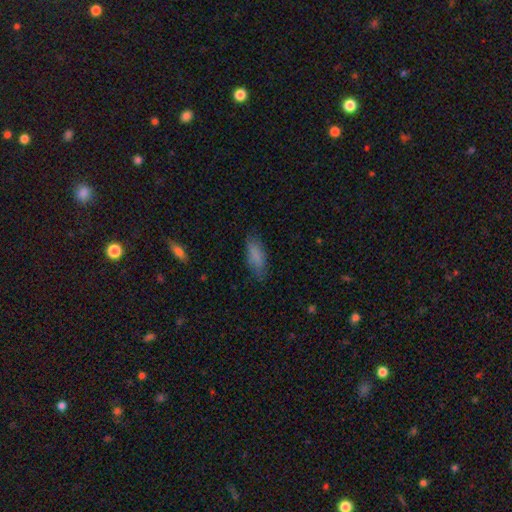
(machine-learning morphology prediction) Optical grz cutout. It shows a smooth galaxy with no disk features (83%) that is in between round and cigar-shaped (67%). Merging: none (76%).